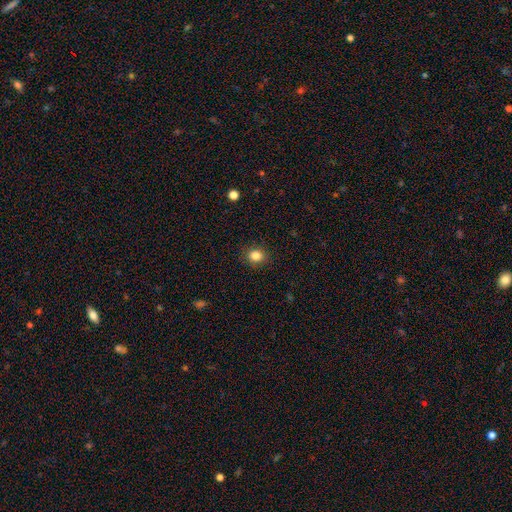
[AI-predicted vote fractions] Smooth or featured? Predicted: smooth (p=0.85). How rounded? Predicted: round (p=0.73). Merging? Predicted: none (p=0.89).